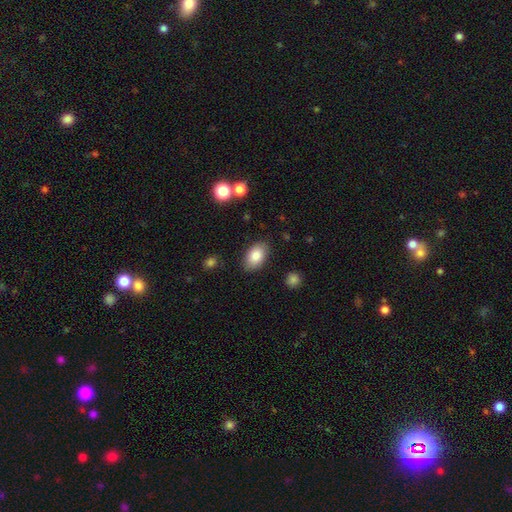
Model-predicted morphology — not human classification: A smooth galaxy with no disk features (82%) that is in between round and cigar-shaped (91%). Merging: none (85%).